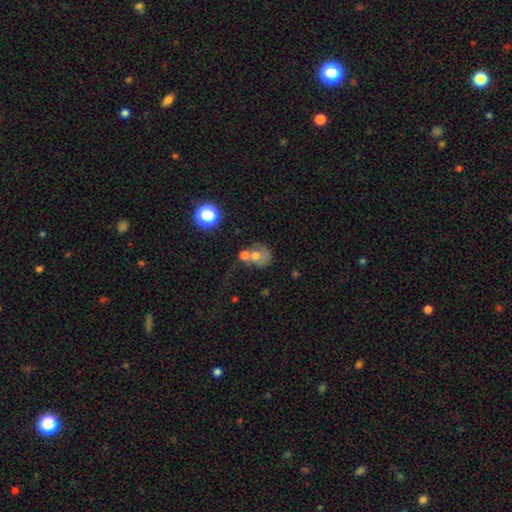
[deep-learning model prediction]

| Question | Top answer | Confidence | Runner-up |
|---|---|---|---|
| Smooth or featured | smooth | 61% | featured or disk (26%) |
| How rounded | round | 67% | in between (32%) |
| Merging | merger | 56% | none (23%) |